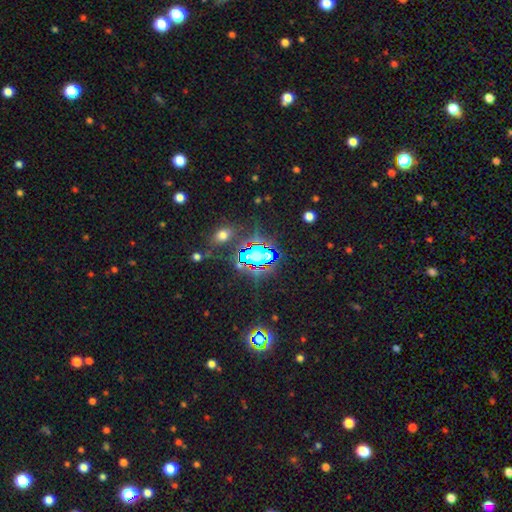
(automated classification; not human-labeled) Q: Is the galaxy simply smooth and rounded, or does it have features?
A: star or artifact — 69%.